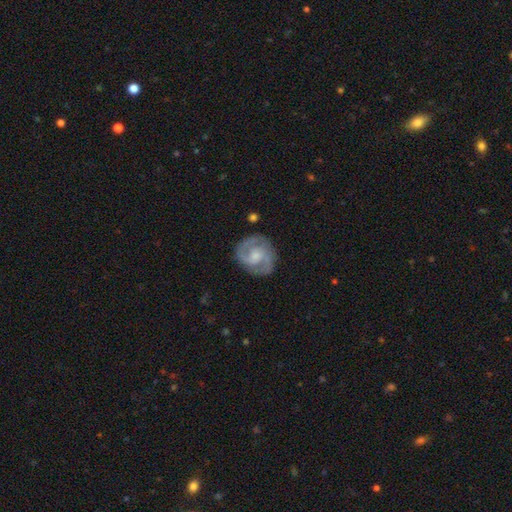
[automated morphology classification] A featured or disk galaxy (84%) with no bar (51%), 2 (77%) medium (50%) spiral arms (96%) and a small central bulge (51%). Merging: none (80%).